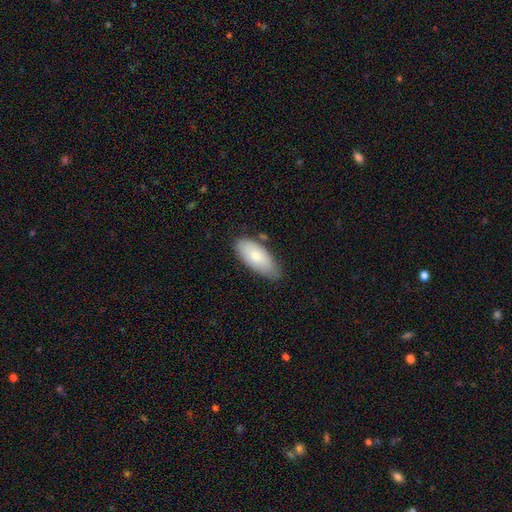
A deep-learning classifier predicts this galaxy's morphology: This is likely a smooth galaxy (78%). How rounded: clearly in between (89%). Merging: likely none (65%).